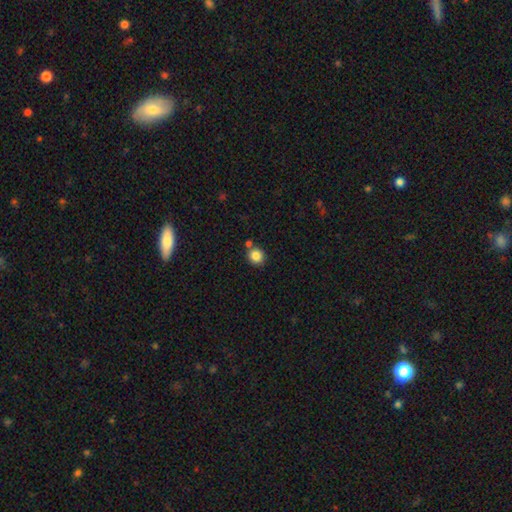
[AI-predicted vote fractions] Overall: smooth (85%). How rounded: round (89%). Merging: none (75%).